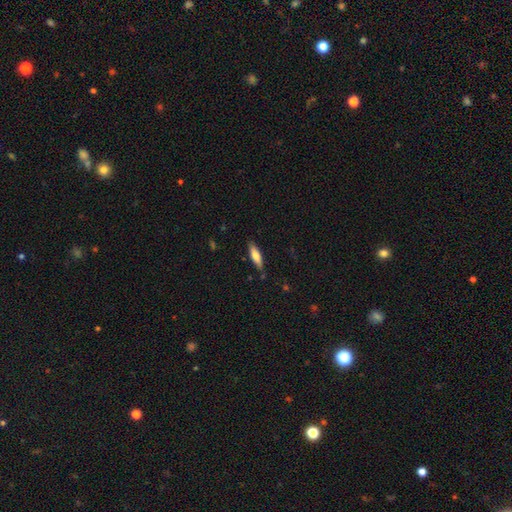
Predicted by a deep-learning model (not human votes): Overall: smooth (70%). How rounded: cigar-shaped (60%; in between 38%). Merging: none (84%).